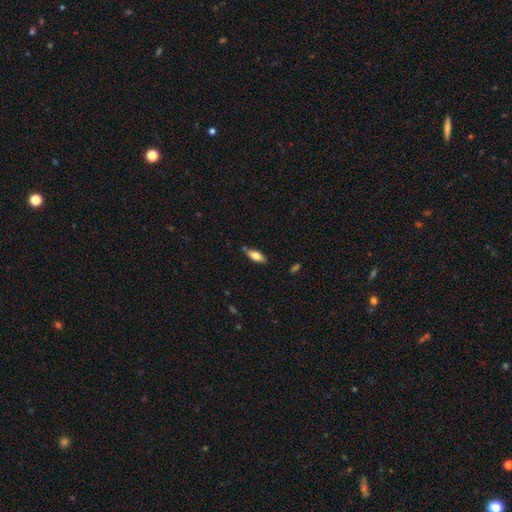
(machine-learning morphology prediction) Smooth or featured? smooth (74%)
How rounded? in between (75%)
Merging? none (78%)